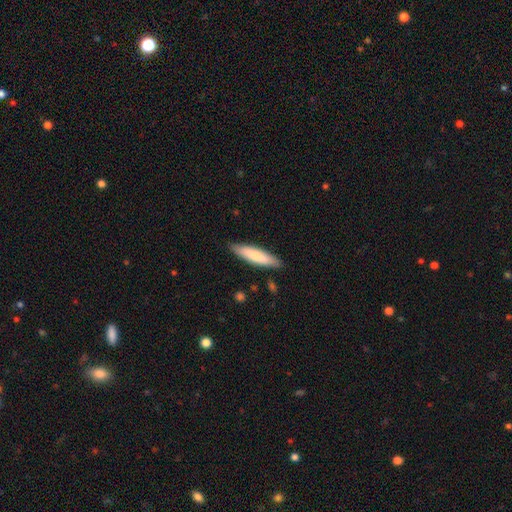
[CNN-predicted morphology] Smooth or featured: smooth — 74% (featured or disk — 21%)
How rounded: cigar-shaped — 77% (in between — 22%)
Merging: none — 87% (minor disturbance — 10%)